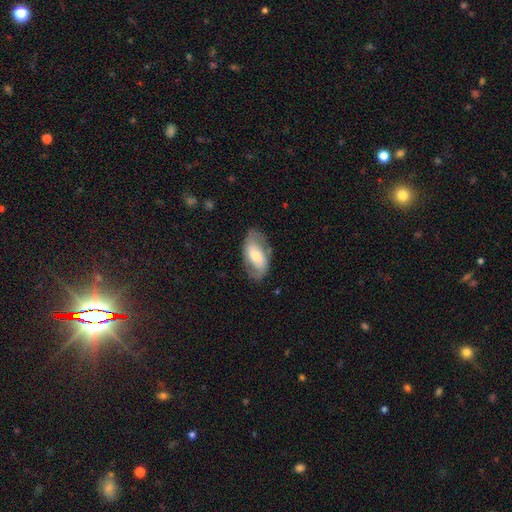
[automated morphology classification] Smooth or featured?
  - featured or disk: 56% *
  - smooth: 38%
  - star or artifact: 6%
Edge-on disk?
  - no: 93% *
  - yes: 7%
Bar?
  - no: 43% *
  - weak: 34%
  - strong: 23%
Spiral arms?
  - yes: 70% *
  - no: 30%
Bulge size?
  - moderate: 53% *
  - small: 34%
  - large: 10%
  - none: 2%
  - dominant: 2%
Merging?
  - none: 72% *
  - minor disturbance: 18%
  - major disturbance: 8%
  - merger: 1%